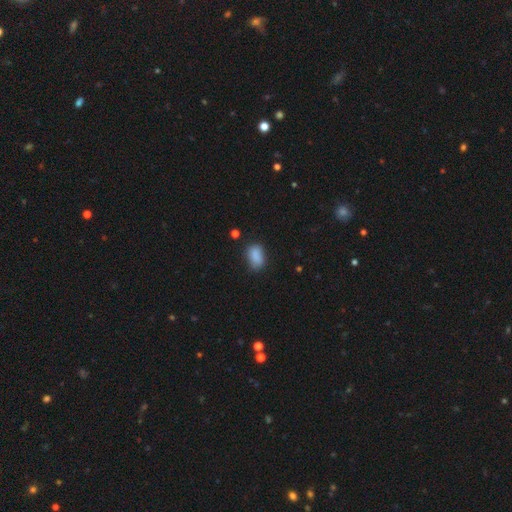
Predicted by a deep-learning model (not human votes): The model was most divided on "merging": none: 68%, minor disturbance: 23%, major disturbance: 6%, merger: 3%. More confident: how rounded — in between (86%); smooth or featured — smooth (85%).